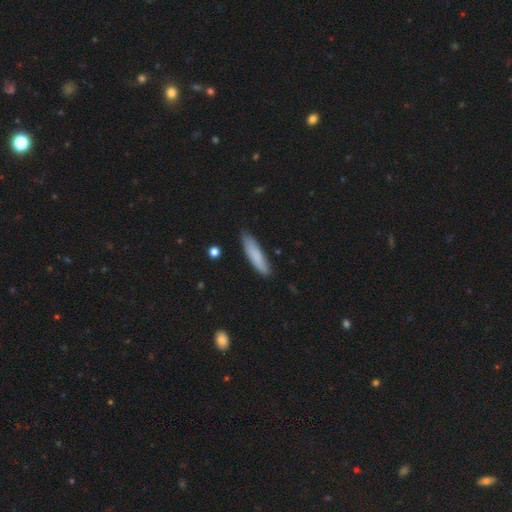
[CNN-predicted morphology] smooth_or_featured: smooth (p=0.81) [alt: featured or disk p=0.13]
how_rounded: cigar-shaped (p=0.77) [alt: in between p=0.22]
merging: none (p=0.81) [alt: minor disturbance p=0.15]